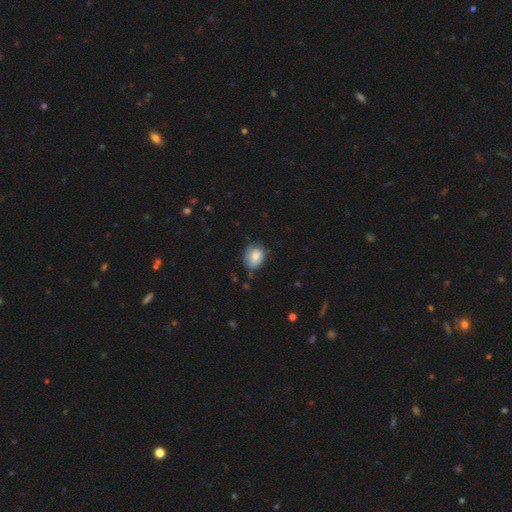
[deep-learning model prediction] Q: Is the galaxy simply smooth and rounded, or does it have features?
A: smooth — 80%.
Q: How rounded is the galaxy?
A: in between — 55%.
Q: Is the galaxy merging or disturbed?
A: none — 60%.